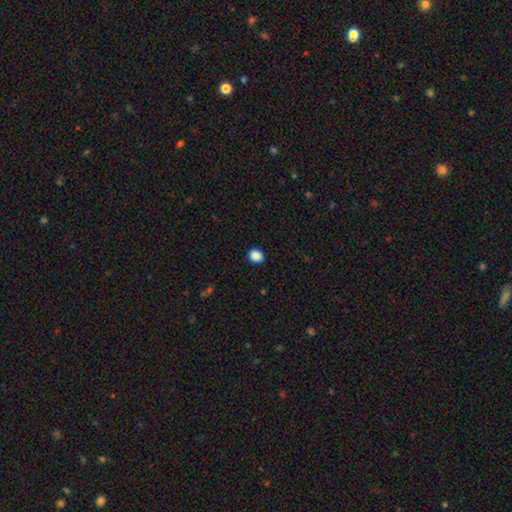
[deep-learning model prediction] Q: Smooth or featured?
A: smooth (88%); runner-up: star or artifact (9%)
Q: How rounded?
A: round (58%); runner-up: in between (41%)
Q: Merging?
A: none (90%); runner-up: minor disturbance (7%)